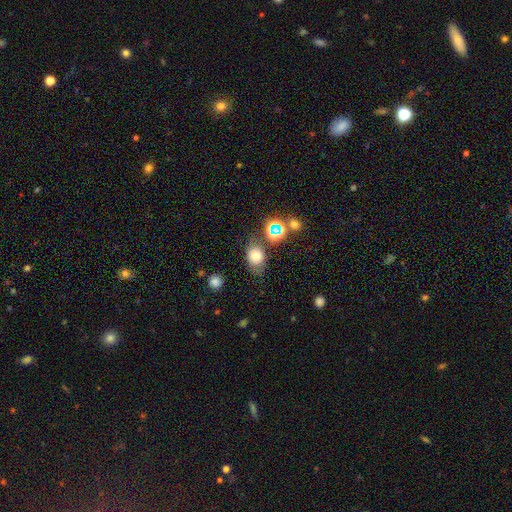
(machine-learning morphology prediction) The model was most divided on "how rounded": in between: 68%, round: 30%, cigar-shaped: 2%. More confident: smooth or featured — smooth (67%); merging — none (65%).